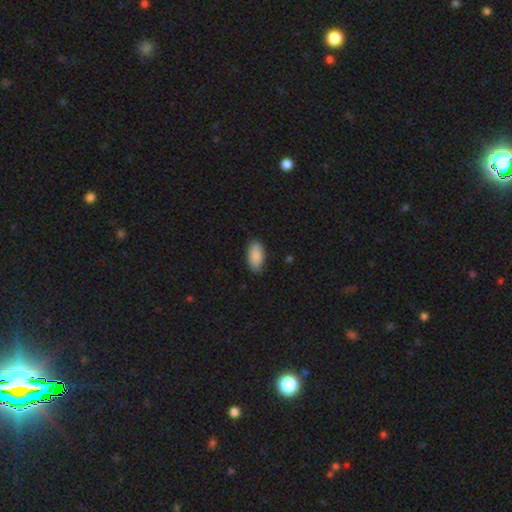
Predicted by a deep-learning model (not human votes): The model was most divided on "merging": none: 82%, minor disturbance: 14%, major disturbance: 3%, merger: 1%. More confident: how rounded — in between (93%); smooth or featured — smooth (89%).